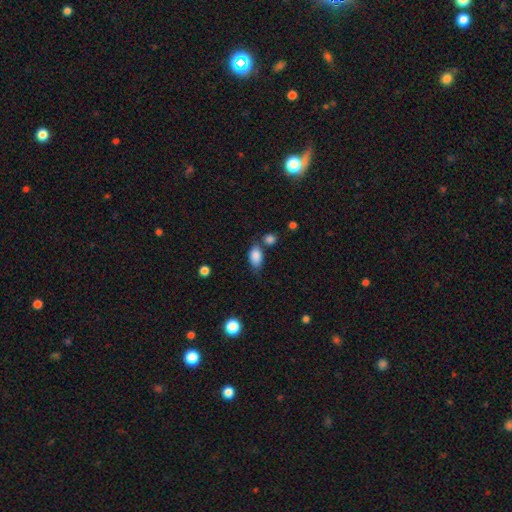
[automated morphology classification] smooth 87%, star or artifact 8%, featured or disk 6%. Down the decision tree: how rounded — in between (89%); merging — none (57%).